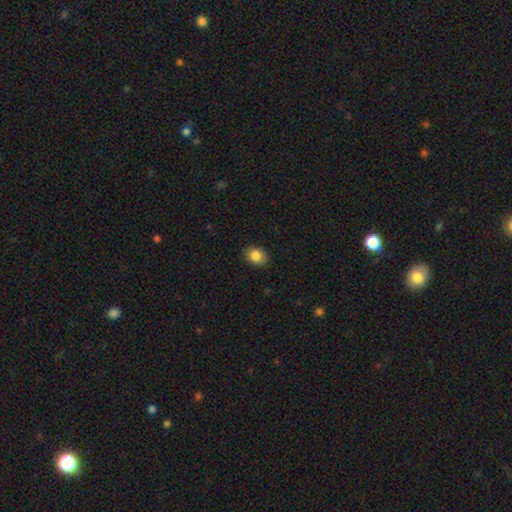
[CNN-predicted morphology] smooth 85%, star or artifact 8%, featured or disk 7%. Down the decision tree: how rounded — in between (64%); merging — none (86%).